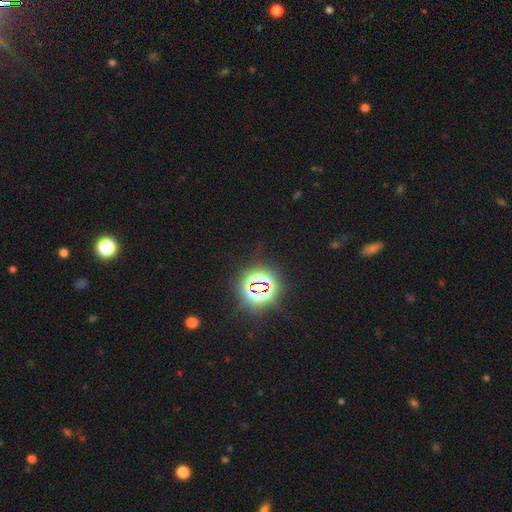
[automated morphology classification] Overall: star or artifact (82%).